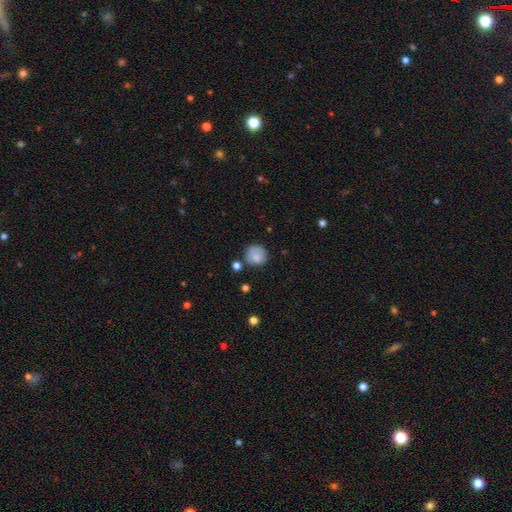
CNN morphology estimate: type=smooth (82%); roundness=round (91%); merging=none (73%).